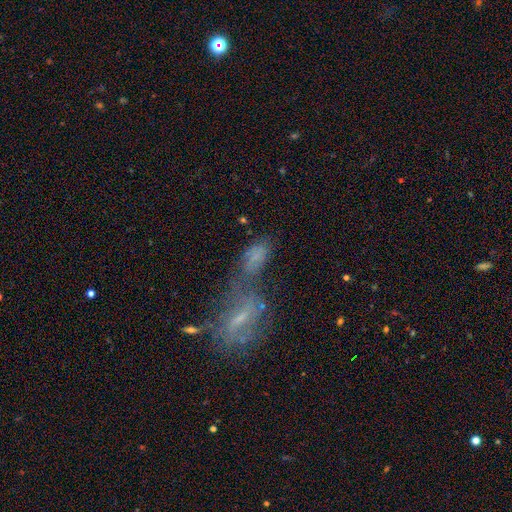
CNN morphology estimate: This is possibly a smooth galaxy (54%). How rounded: clearly in between (82%). Merging: marginally merger (43%).